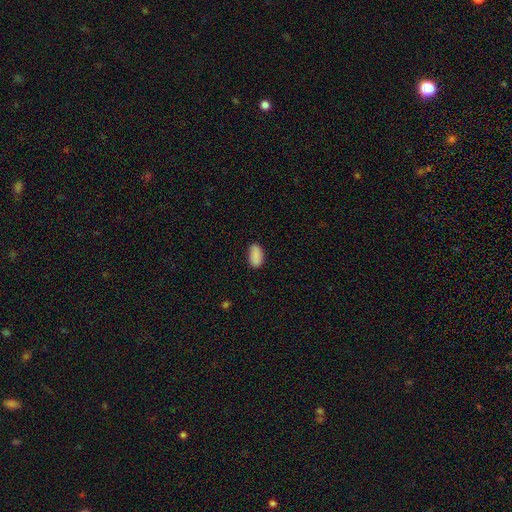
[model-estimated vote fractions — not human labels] The model was most divided on "merging": none: 81%, minor disturbance: 15%, major disturbance: 3%, merger: 1%. More confident: how rounded — in between (93%); smooth or featured — smooth (88%).